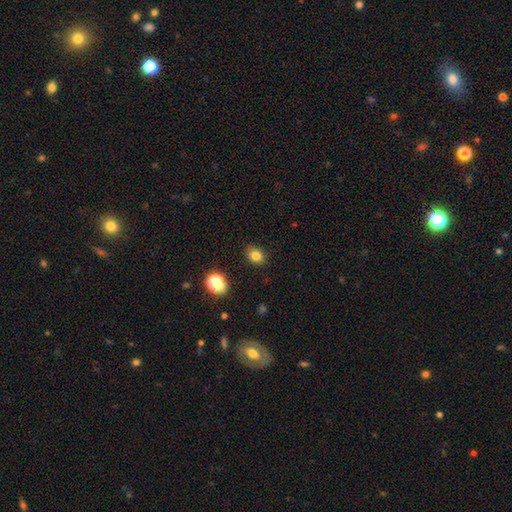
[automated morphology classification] A smooth galaxy with no disk features (80%) that is in between round and cigar-shaped (50%). Merging: none (86%).